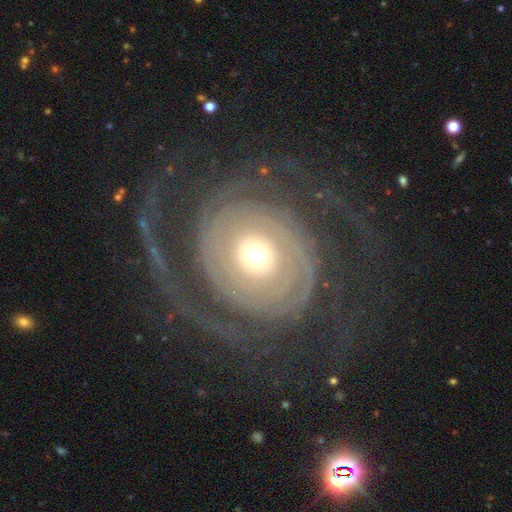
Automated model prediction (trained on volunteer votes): A featured or disk galaxy (86%) with no bar (83%), 2 (37%) tight (65%) spiral arms (92%) and a moderate central bulge (59%).

Vote fractions:
- Smooth or featured? featured or disk: 86% / smooth: 8% / star or artifact: 6%
- Edge-on disk? no: 97% / yes: 3%
- Bar? no: 83% / weak: 11% / strong: 6%
- Spiral arms? yes: 92% / no: 8%
- Spiral winding? tight: 65% / medium: 20% / loose: 15%
- Spiral arm count? 2: 37% / can't tell: 22% / 1: 12% / 3: 12% / 4: 9% / more than 4: 9%
- Bulge size? moderate: 59% / small: 29% / large: 9% / dominant: 2% / none: 1%
- Merging? none: 60% / major disturbance: 27% / minor disturbance: 12% / merger: 2%